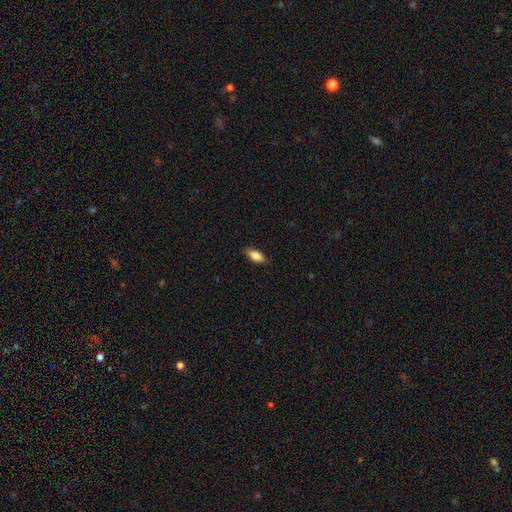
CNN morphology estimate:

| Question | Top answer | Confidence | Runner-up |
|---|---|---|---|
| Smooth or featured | smooth | 81% | featured or disk (12%) |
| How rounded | in between | 79% | cigar-shaped (19%) |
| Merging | none | 85% | minor disturbance (12%) |